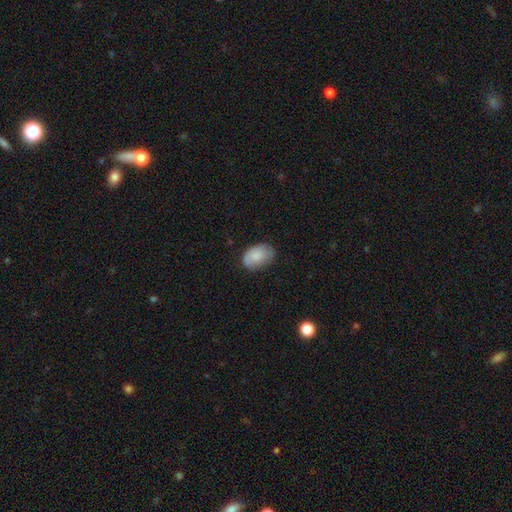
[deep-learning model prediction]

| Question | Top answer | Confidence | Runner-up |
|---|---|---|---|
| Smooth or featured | smooth | 81% | featured or disk (12%) |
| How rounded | in between | 87% | round (12%) |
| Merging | none | 69% | minor disturbance (25%) |